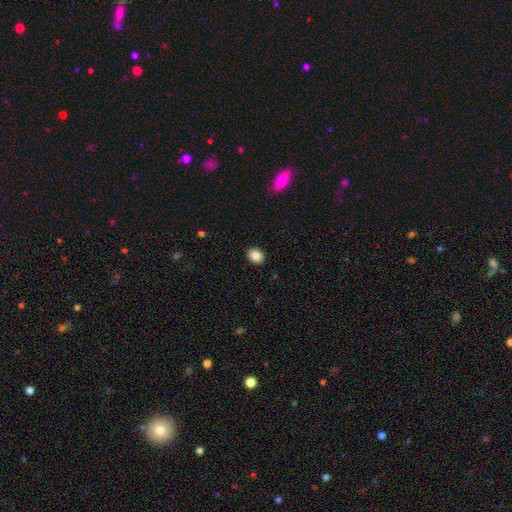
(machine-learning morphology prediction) Smooth or featured? Predicted: smooth (p=0.87). How rounded? Predicted: in between (p=0.61). Merging? Predicted: none (p=0.91).